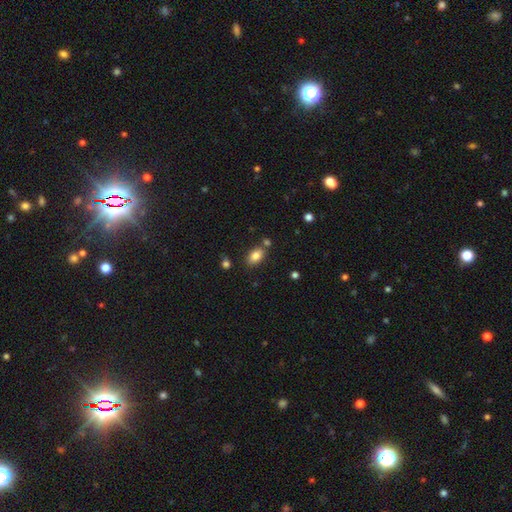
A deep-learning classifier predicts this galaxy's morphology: Smooth or featured? Predicted: smooth (p=0.83). How rounded? Predicted: in between (p=0.88). Merging? Predicted: none (p=0.75).